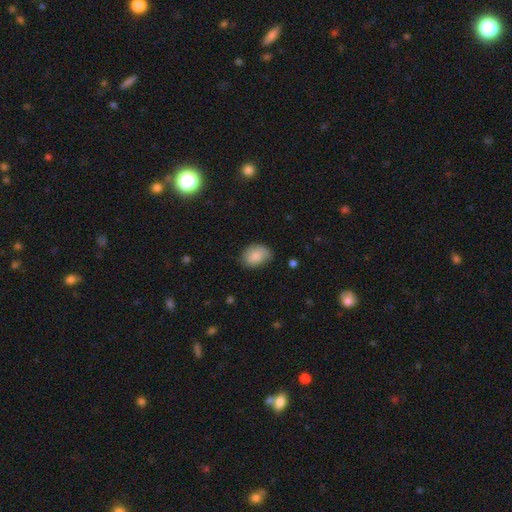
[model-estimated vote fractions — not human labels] Smooth or featured?
  - smooth: 81% *
  - featured or disk: 11%
  - star or artifact: 7%
How rounded?
  - in between: 71% *
  - round: 28%
  - cigar-shaped: 1%
Merging?
  - none: 68% *
  - minor disturbance: 25%
  - major disturbance: 6%
  - merger: 1%